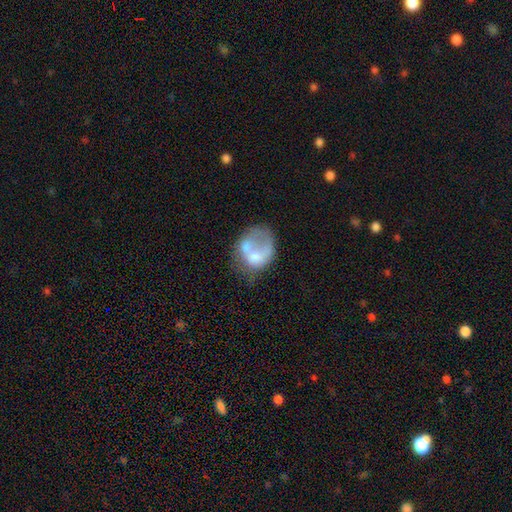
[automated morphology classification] A smooth galaxy with no disk features (47%).

Vote fractions:
- Smooth or featured? smooth: 47% / featured or disk: 44% / star or artifact: 9%
- Merging? major disturbance: 30% / merger: 28% / none: 24% / minor disturbance: 17%